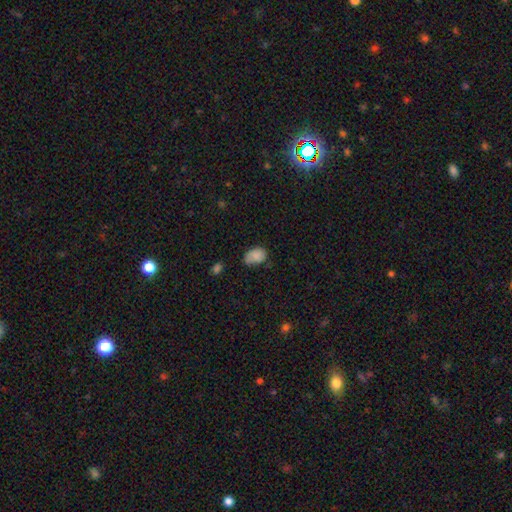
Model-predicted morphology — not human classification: Overall: smooth (82%). How rounded: in between (80%). Merging: none (47%; minor disturbance 39%).